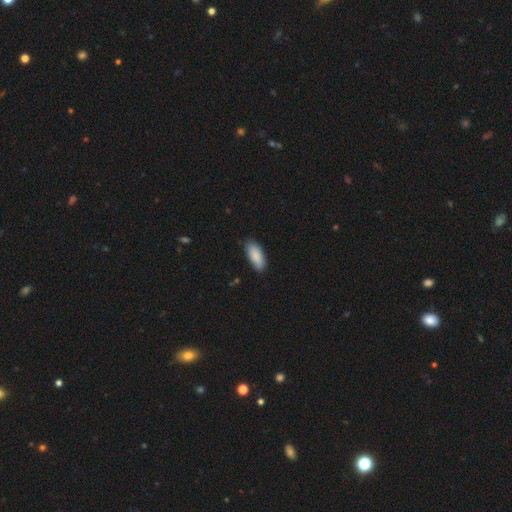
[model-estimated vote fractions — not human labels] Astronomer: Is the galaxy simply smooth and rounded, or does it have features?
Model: smooth — 88%.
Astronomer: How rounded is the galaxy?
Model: in between — 86%.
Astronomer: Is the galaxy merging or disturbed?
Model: none — 80%.